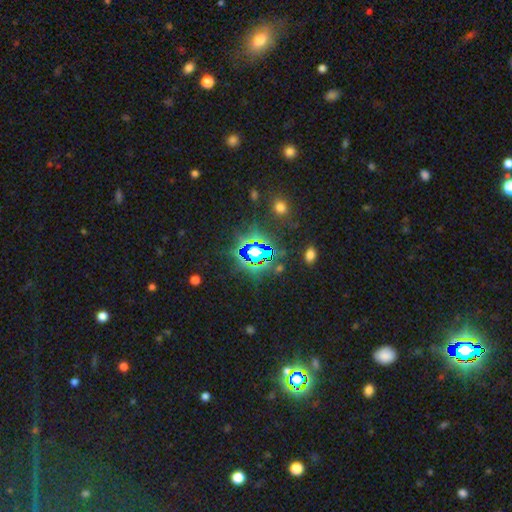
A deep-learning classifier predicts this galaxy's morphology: smooth_or_featured: star or artifact (p=0.71) [alt: smooth p=0.18]